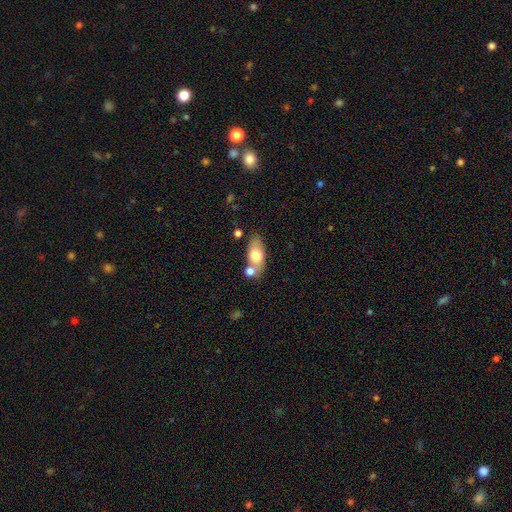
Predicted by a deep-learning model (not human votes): smooth-or-featured: smooth: 66% | featured or disk: 27% | star or artifact: 7%
  how-rounded: in between: 84% | cigar-shaped: 9% | round: 7%
  merging: none: 59% | merger: 21% | minor disturbance: 15% | major disturbance: 4%